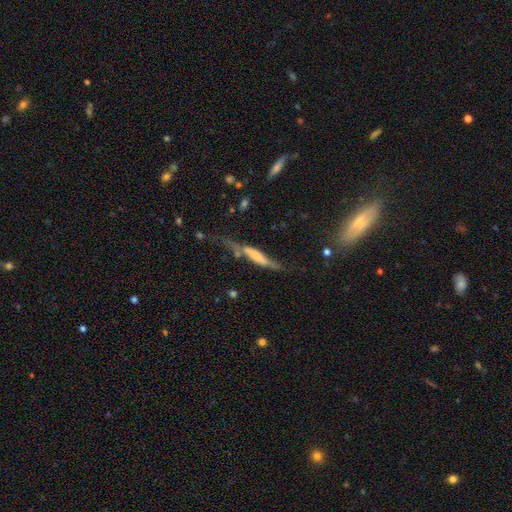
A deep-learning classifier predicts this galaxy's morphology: Smooth or featured?
  - featured or disk: 53% *
  - smooth: 39%
  - star or artifact: 8%
Edge-on disk?
  - yes: 73% *
  - no: 27%
Merging?
  - none: 40% *
  - minor disturbance: 26%
  - major disturbance: 25%
  - merger: 9%